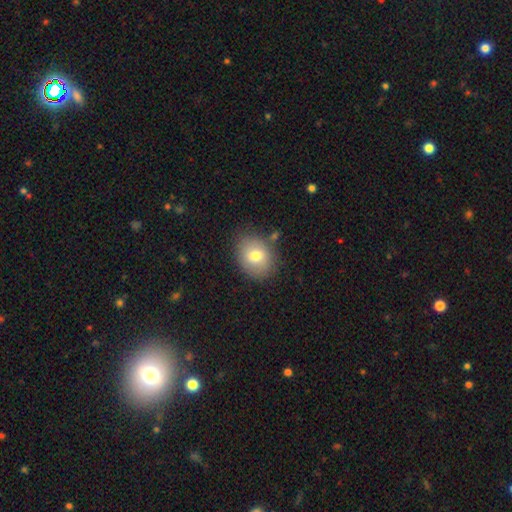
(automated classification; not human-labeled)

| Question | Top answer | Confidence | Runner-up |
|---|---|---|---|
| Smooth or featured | smooth | 75% | featured or disk (16%) |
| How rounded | round | 50% | in between (49%) |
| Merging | none | 78% | minor disturbance (15%) |